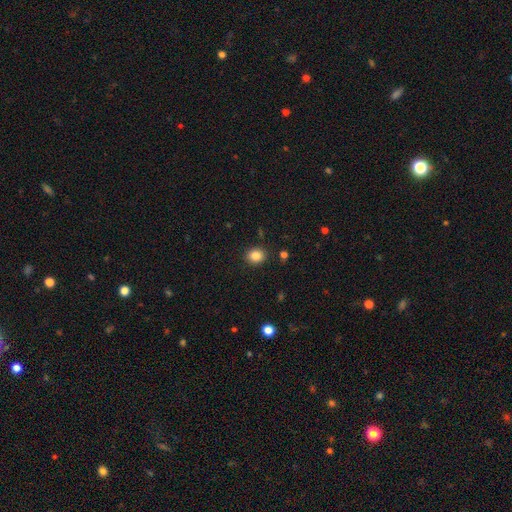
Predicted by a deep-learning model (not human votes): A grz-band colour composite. It shows a smooth galaxy with no disk features (85%) that is round (64%). Merging: none (89%).